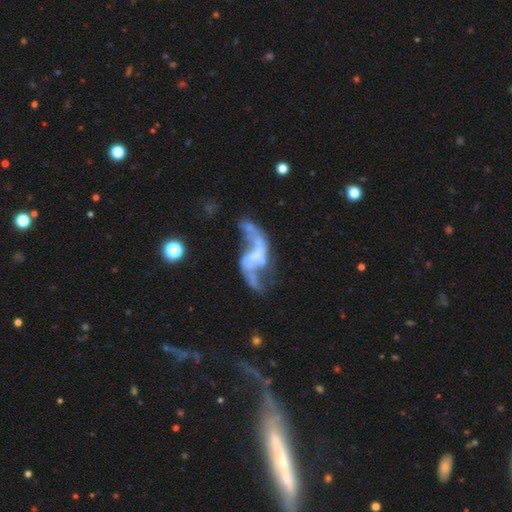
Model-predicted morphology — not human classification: This is clearly a featured or disk galaxy (80%). It is clearly not viewed edge-on (95%). Bar: possibly no (47%). Spiral arm pattern: likely yes (80%). Spiral arm count: clearly 2 (88%). Spiral winding: clearly loose (89%). Central bulge: likely none (70%). Merging: marginally none (40%).